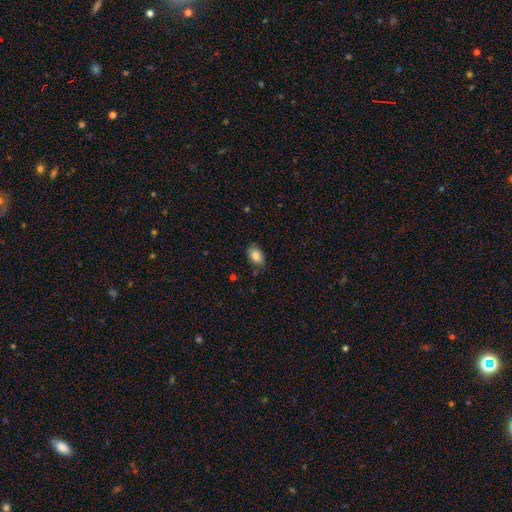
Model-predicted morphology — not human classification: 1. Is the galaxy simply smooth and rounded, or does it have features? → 84% smooth, 8% featured or disk, 8% star or artifact.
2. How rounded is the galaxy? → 87% in between, 11% round, 1% cigar-shaped.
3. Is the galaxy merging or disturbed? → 81% none, 15% minor disturbance, 3% major disturbance, 1% merger.